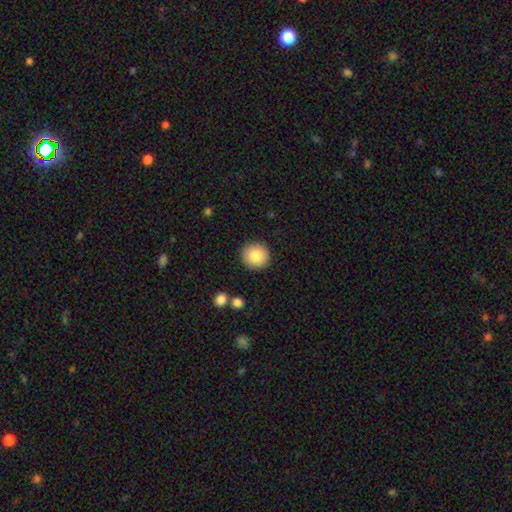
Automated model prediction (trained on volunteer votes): smooth_or_featured: smooth (p=0.85) [alt: star or artifact p=0.08]
how_rounded: round (p=0.94) [alt: in between p=0.05]
merging: none (p=0.91) [alt: minor disturbance p=0.06]